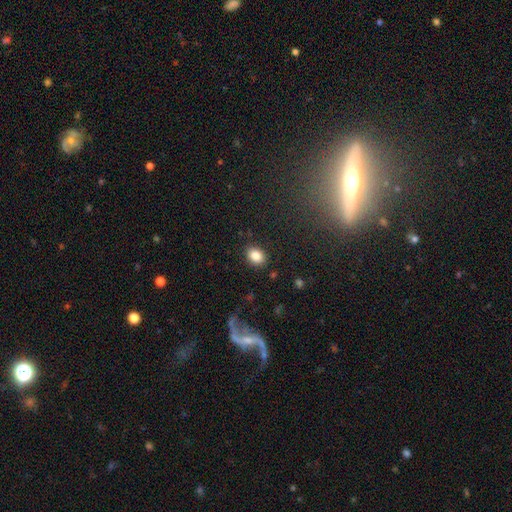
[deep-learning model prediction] Smooth or featured? smooth (85%)
How rounded? in between (70%)
Merging? none (87%)